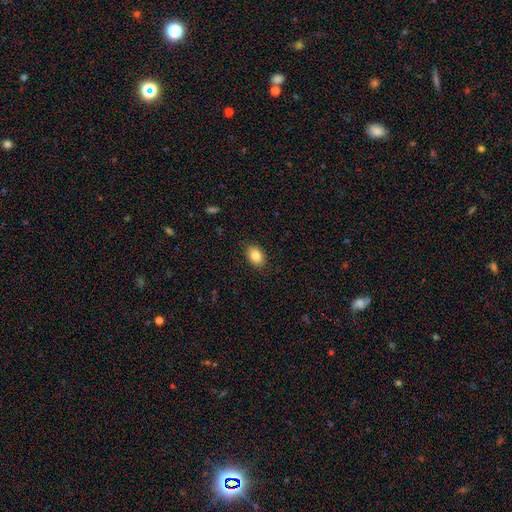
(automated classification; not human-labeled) Morphology: type=smooth (85%); roundness=in between (81%); merging=none (87%).